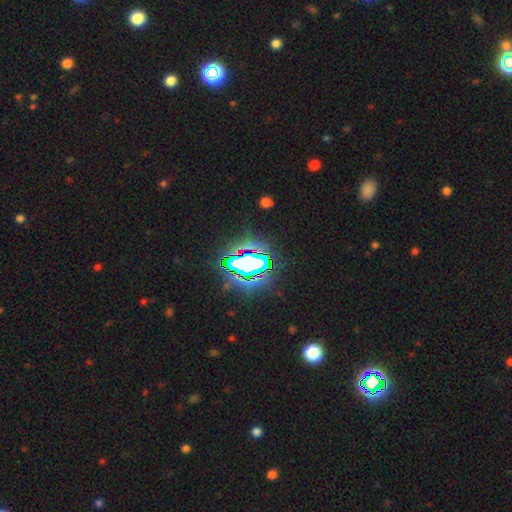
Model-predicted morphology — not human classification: Overall: star or artifact (72%).